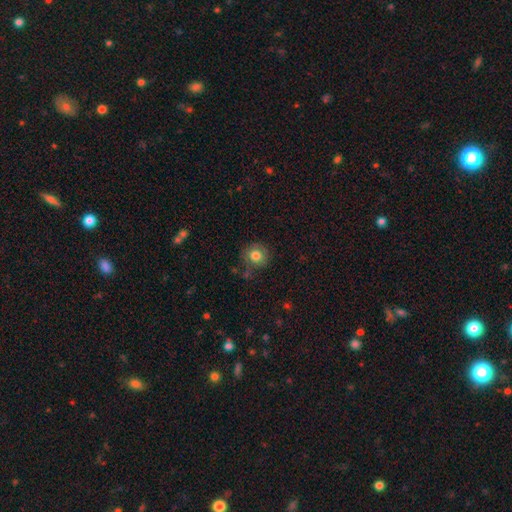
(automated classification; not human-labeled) Overall: smooth (79%). How rounded: round (87%). Merging: none (77%).